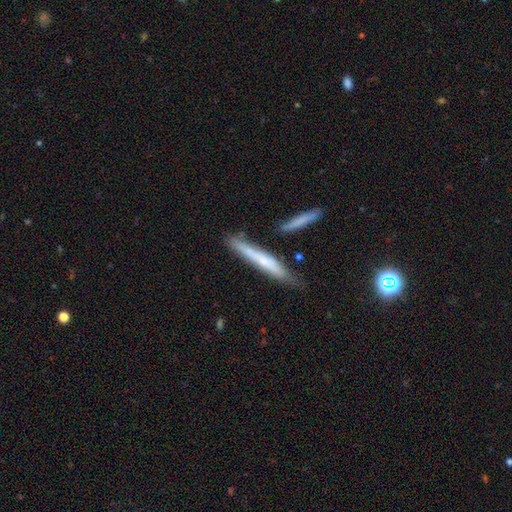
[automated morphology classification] A smooth galaxy with no disk features (48%).

Vote fractions:
- Smooth or featured? smooth: 48% / featured or disk: 45% / star or artifact: 7%
- Merging? none: 72% / minor disturbance: 17% / merger: 7% / major disturbance: 4%